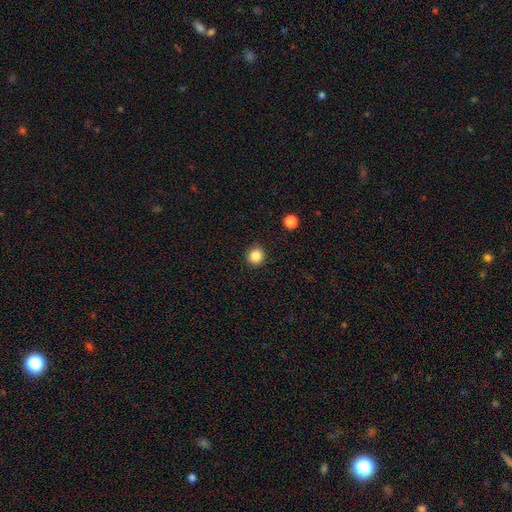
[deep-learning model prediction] Smooth or featured?
  - smooth: 86% *
  - star or artifact: 11%
  - featured or disk: 4%
How rounded?
  - round: 93% *
  - in between: 6%
  - cigar-shaped: 1%
Merging?
  - none: 91% *
  - minor disturbance: 6%
  - major disturbance: 2%
  - merger: 1%